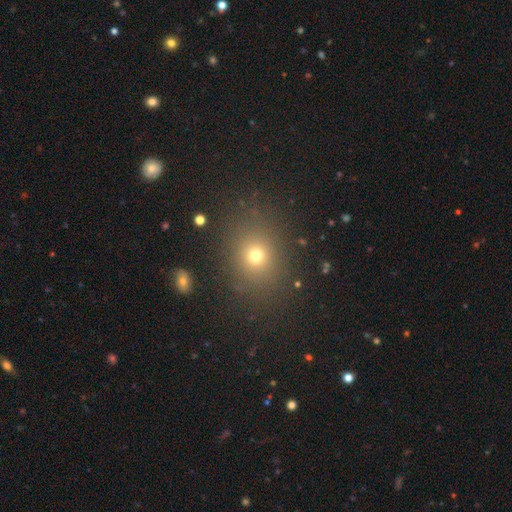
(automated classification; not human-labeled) A smooth galaxy with no disk features (69%) that is round (62%).

Vote fractions:
- Smooth or featured? smooth: 69% / star or artifact: 21% / featured or disk: 10%
- How rounded? round: 62% / in between: 37% / cigar-shaped: 1%
- Merging? none: 83% / minor disturbance: 10% / major disturbance: 5% / merger: 2%